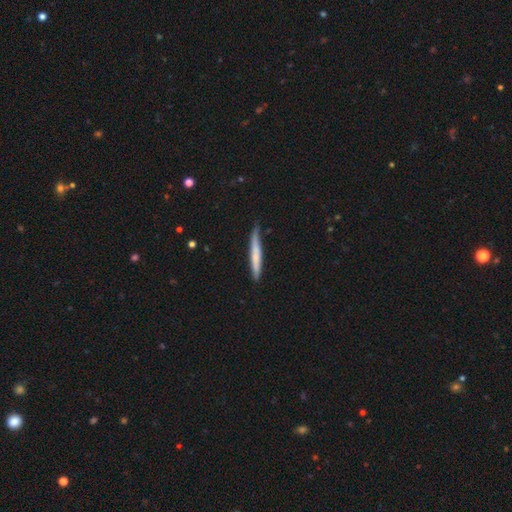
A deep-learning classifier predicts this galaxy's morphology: Smooth or featured: smooth — 62% (featured or disk — 33%)
How rounded: cigar-shaped — 96% (in between — 3%)
Merging: none — 77% (minor disturbance — 18%)